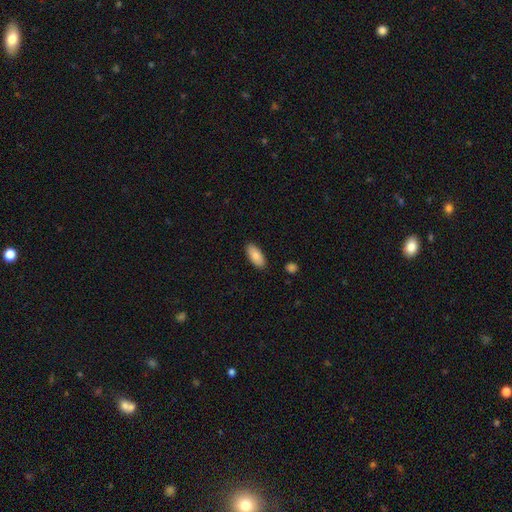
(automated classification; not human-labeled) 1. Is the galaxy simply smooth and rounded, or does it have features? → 85% smooth, 9% featured or disk, 6% star or artifact.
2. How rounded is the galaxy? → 89% in between, 9% cigar-shaped, 2% round.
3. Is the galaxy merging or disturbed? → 87% none, 9% minor disturbance, 2% major disturbance, 1% merger.